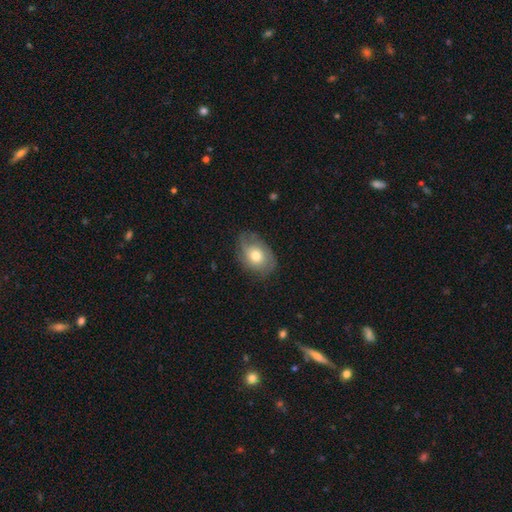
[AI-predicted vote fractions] Q: Smooth or featured?
A: smooth (53%); runner-up: featured or disk (39%)
Q: How rounded?
A: in between (73%); runner-up: round (26%)
Q: Merging?
A: none (70%); runner-up: minor disturbance (22%)